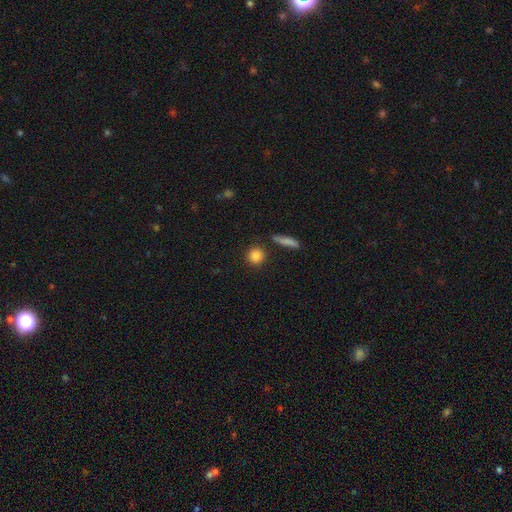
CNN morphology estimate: Smooth or featured?
  - smooth: 85% *
  - star or artifact: 9%
  - featured or disk: 6%
How rounded?
  - round: 89% *
  - in between: 9%
  - cigar-shaped: 2%
Merging?
  - none: 85% *
  - minor disturbance: 7%
  - merger: 5%
  - major disturbance: 2%